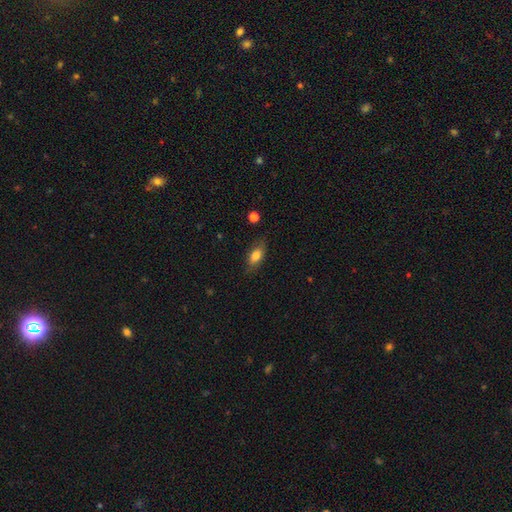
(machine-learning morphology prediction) Smooth or featured: smooth — 77% (featured or disk — 15%)
How rounded: in between — 83% (cigar-shaped — 11%)
Merging: none — 79% (minor disturbance — 16%)